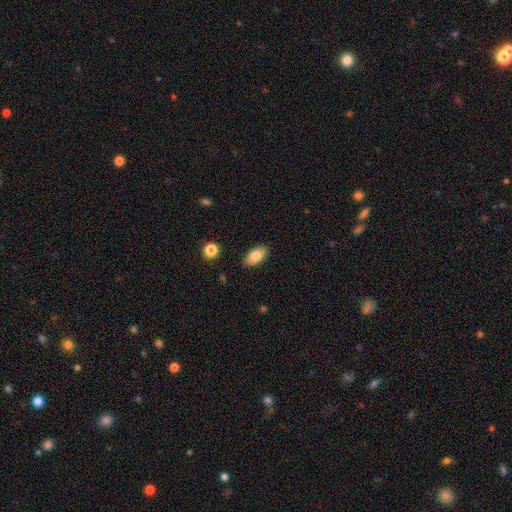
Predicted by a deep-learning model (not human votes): smooth-or-featured: smooth: 78% | featured or disk: 14% | star or artifact: 7%
  how-rounded: in between: 92% | round: 5% | cigar-shaped: 4%
  merging: none: 86% | minor disturbance: 11% | major disturbance: 2% | merger: 1%